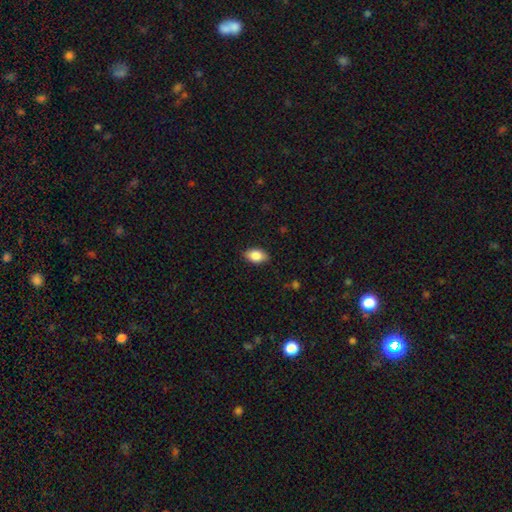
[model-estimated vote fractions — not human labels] This appears to be a smooth galaxy with no disk features (85%) that is in between round and cigar-shaped (89%). Merging: none (85%).